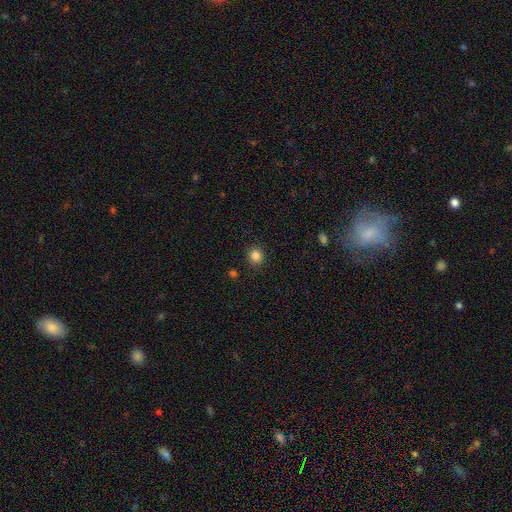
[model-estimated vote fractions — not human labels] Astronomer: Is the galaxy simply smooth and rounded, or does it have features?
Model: smooth — 84%.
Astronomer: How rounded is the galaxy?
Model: round — 85%.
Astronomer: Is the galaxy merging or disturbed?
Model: none — 90%.